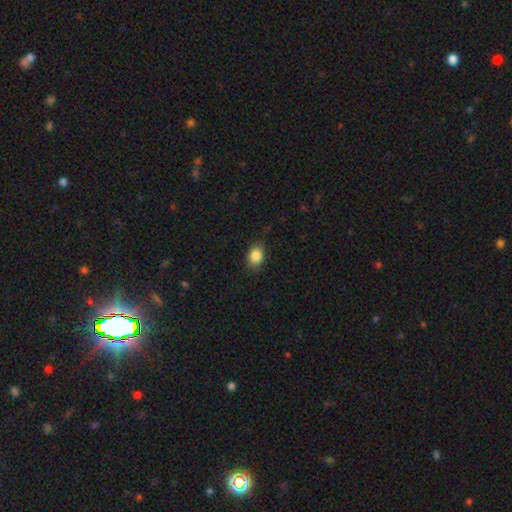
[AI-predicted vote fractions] This appears to be a smooth galaxy with no disk features (86%) that is in between round and cigar-shaped (71%). Merging: none (83%).